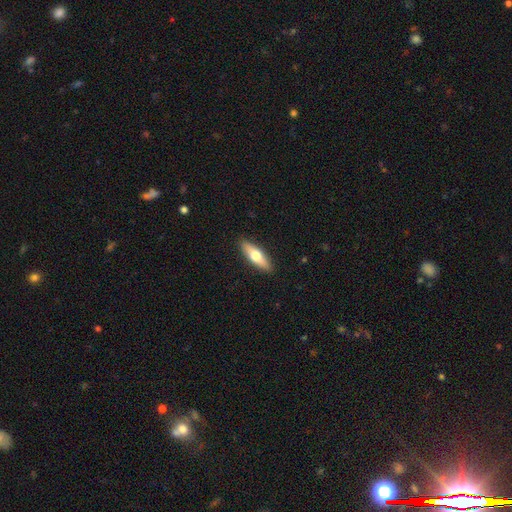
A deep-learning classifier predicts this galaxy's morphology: A smooth galaxy with no disk features (59%) that is cigar-shaped (52%). Merging: none (90%).